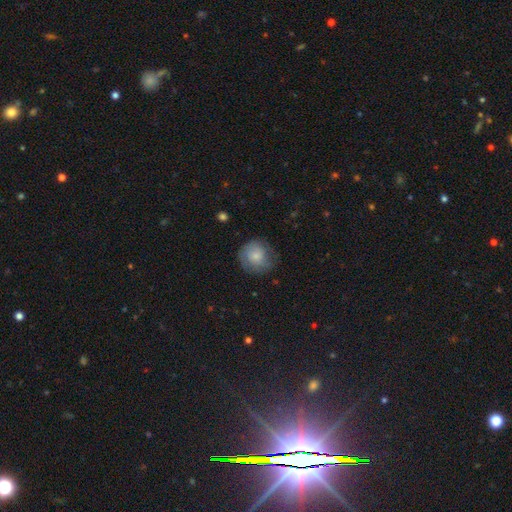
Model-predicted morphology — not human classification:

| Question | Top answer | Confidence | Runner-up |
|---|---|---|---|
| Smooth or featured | smooth | 70% | featured or disk (23%) |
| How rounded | round | 89% | in between (10%) |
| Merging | none | 67% | minor disturbance (23%) |